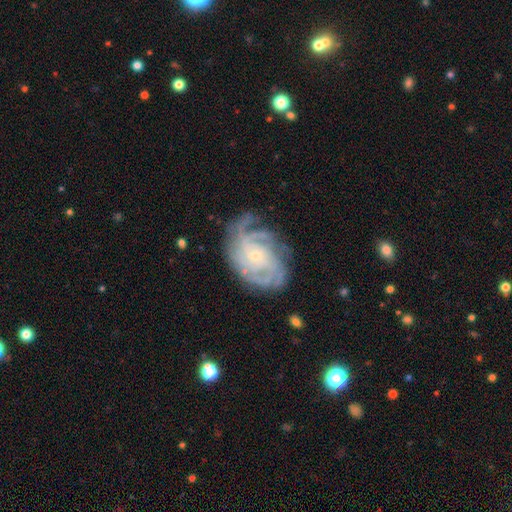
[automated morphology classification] Smooth or featured: featured or disk — 88% (smooth — 6%)
Edge-on disk: no — 97% (yes — 3%)
Bar: no — 73% (weak — 22%)
Spiral arms: yes — 97% (no — 3%)
Spiral winding: tight — 65% (medium — 29%)
Spiral arm count: 4 — 27% (can't tell — 22%)
Bulge size: small — 80% (moderate — 16%)
Merging: none — 69% (minor disturbance — 20%)